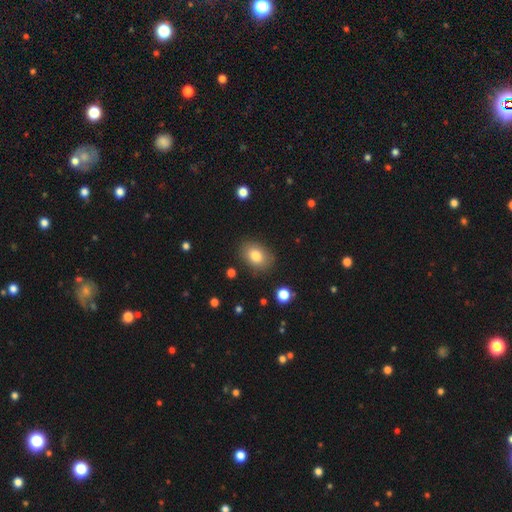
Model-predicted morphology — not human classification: Overall: smooth (81%). How rounded: in between (72%). Merging: none (84%).